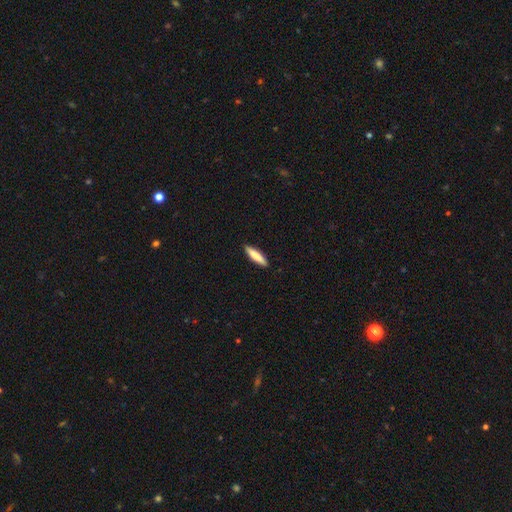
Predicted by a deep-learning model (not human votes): smooth 80%, featured or disk 15%, star or artifact 5%. Down the decision tree: how rounded — cigar-shaped (81%); merging — none (90%).